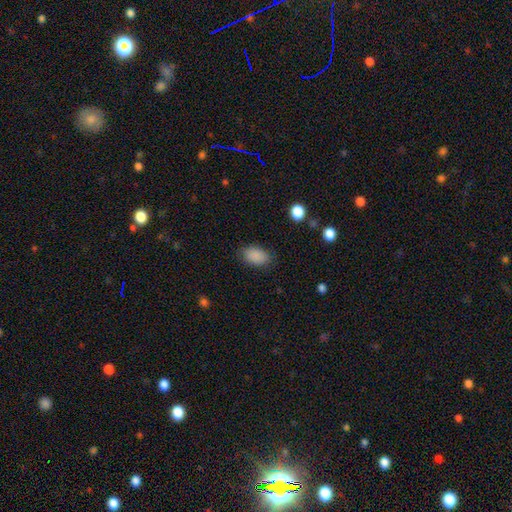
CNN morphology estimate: A smooth galaxy with no disk features (88%) that is in between round and cigar-shaped (89%).

Vote fractions:
- Smooth or featured? smooth: 88% / star or artifact: 8% / featured or disk: 3%
- How rounded? in between: 89% / round: 10% / cigar-shaped: 1%
- Merging? none: 82% / minor disturbance: 13% / major disturbance: 4% / merger: 1%